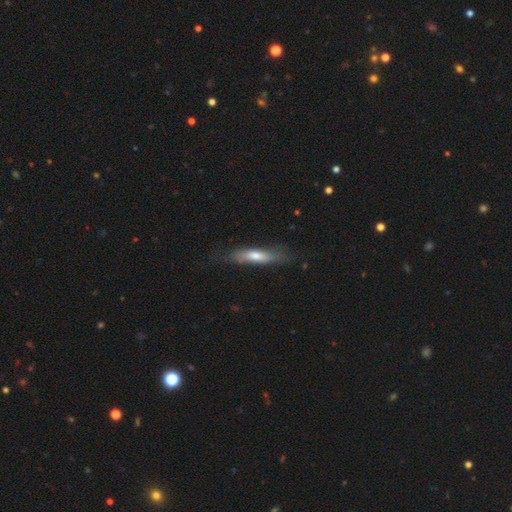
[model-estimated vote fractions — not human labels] Smooth or featured? Predicted: smooth (p=0.60). How rounded? Predicted: cigar-shaped (p=0.74). Merging? Predicted: none (p=0.73).